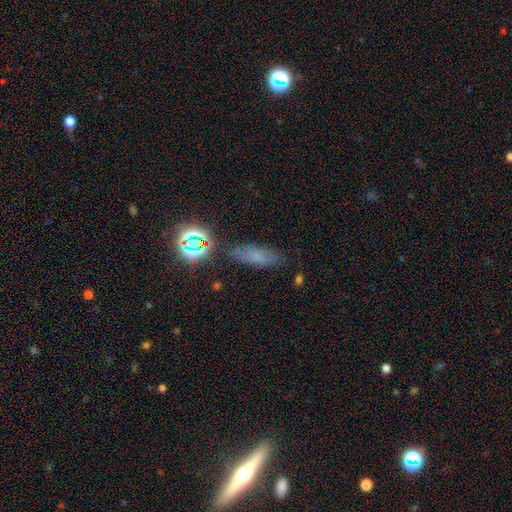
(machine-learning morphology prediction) Smooth or featured? Predicted: smooth (p=0.57). How rounded? Predicted: in between (p=0.62). Merging? Predicted: none (p=0.74).